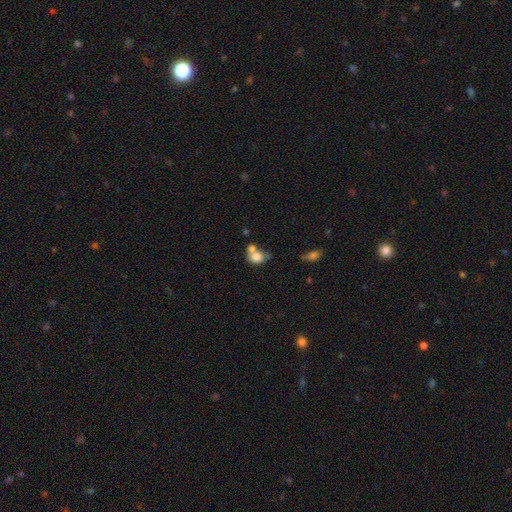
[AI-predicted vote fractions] This is likely a smooth galaxy (78%). How rounded: possibly in between (49%, tied with round). Merging: possibly merger (50%).